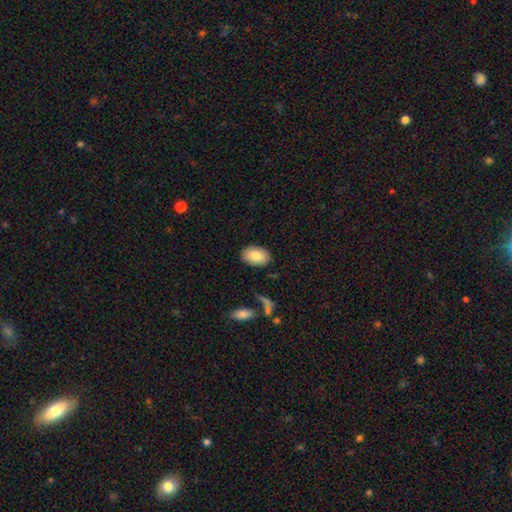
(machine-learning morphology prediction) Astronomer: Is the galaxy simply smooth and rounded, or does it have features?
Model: smooth — 83%.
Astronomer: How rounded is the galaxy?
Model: in between — 91%.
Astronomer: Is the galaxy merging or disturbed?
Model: none — 87%.